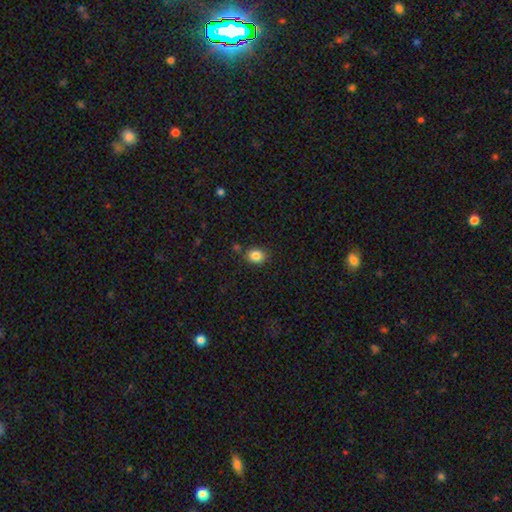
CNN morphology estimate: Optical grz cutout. It shows a smooth galaxy with no disk features (85%) that is round (54%). Merging: none (82%).